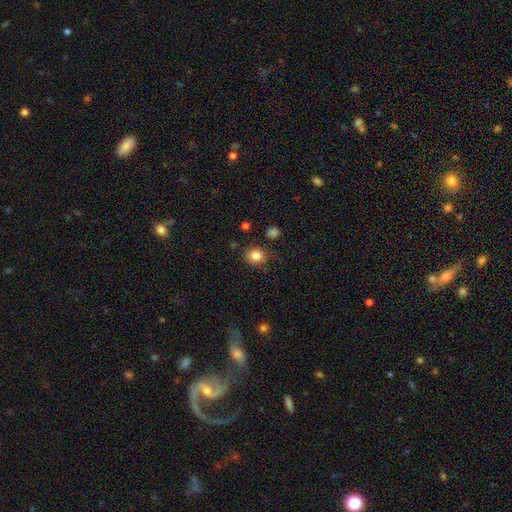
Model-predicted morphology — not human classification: Smooth or featured? smooth (84%)
How rounded? round (85%)
Merging? none (81%)